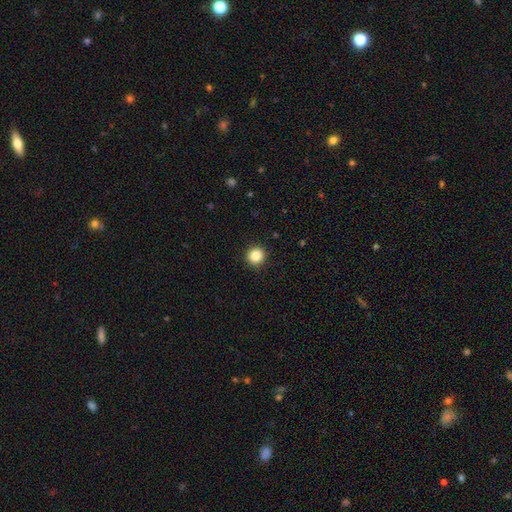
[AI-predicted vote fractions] This appears to be a smooth galaxy with no disk features (85%) that is round (93%). Merging: none (93%).